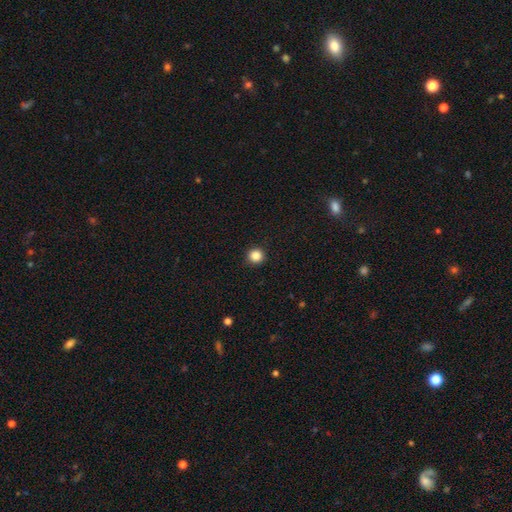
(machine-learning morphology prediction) A smooth galaxy with no disk features (86%) that is round (95%).

Vote fractions:
- Smooth or featured? smooth: 86% / star or artifact: 11% / featured or disk: 4%
- How rounded? round: 95% / in between: 4% / cigar-shaped: 1%
- Merging? none: 93% / minor disturbance: 5% / major disturbance: 2% / merger: 1%